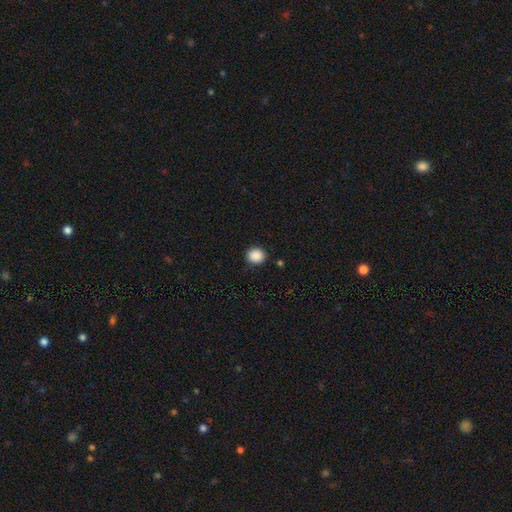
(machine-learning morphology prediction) Overall: smooth (89%). How rounded: round (82%). Merging: none (90%).